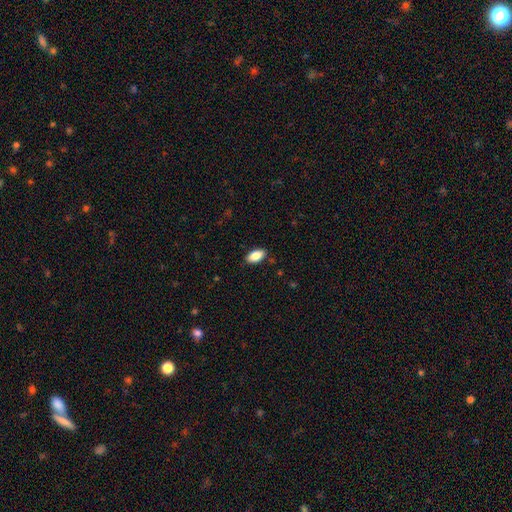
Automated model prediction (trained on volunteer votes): Smooth or featured?
  - smooth: 87% *
  - star or artifact: 7%
  - featured or disk: 6%
How rounded?
  - in between: 93% *
  - cigar-shaped: 4%
  - round: 3%
Merging?
  - none: 88% *
  - minor disturbance: 9%
  - major disturbance: 2%
  - merger: 1%